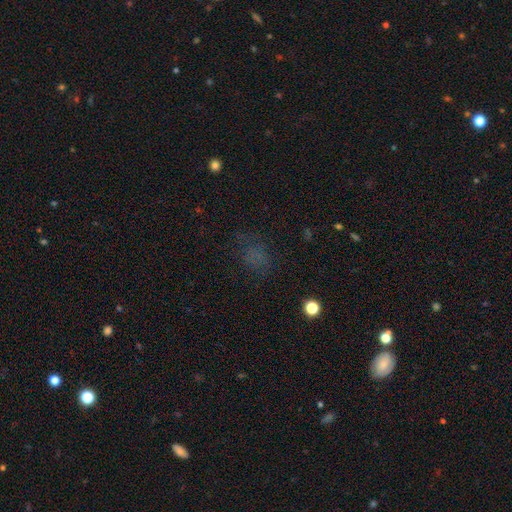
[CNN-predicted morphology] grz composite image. It shows a smooth galaxy with no disk features (56%) that is round (52%). Merging: none (64%).